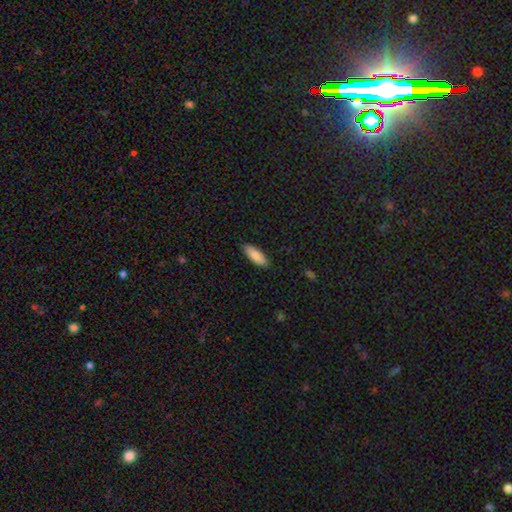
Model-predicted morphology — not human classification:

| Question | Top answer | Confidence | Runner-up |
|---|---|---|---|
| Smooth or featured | smooth | 88% | featured or disk (6%) |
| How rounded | in between | 64% | cigar-shaped (34%) |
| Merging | none | 87% | minor disturbance (10%) |